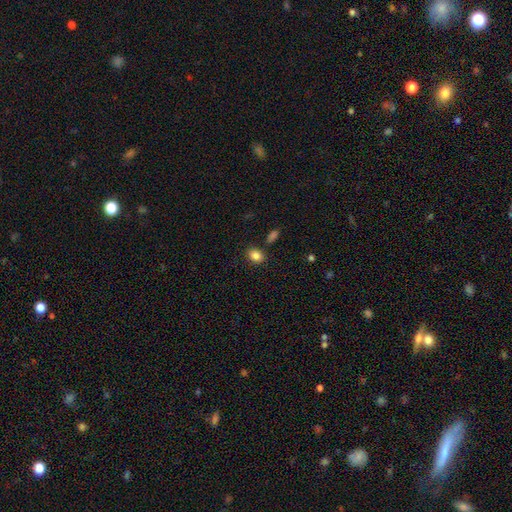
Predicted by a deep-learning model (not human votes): This appears to be a smooth galaxy with no disk features (85%) that is in between round and cigar-shaped (58%). Merging: none (81%).